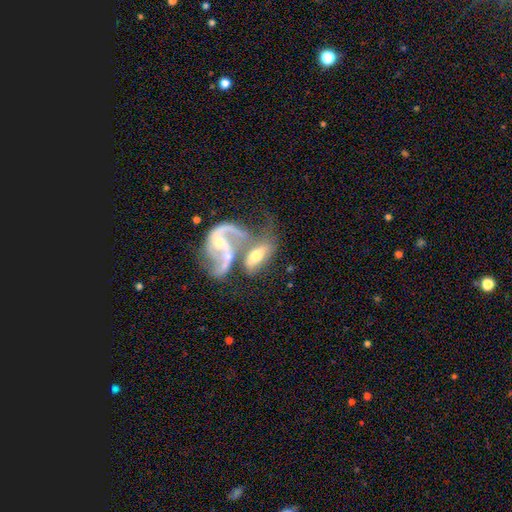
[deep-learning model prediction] A featured or disk galaxy (62%) with no bar (53%), spiral arms (71%) and a moderate central bulge (48%).

Vote fractions:
- Smooth or featured? featured or disk: 62% / smooth: 31% / star or artifact: 7%
- Edge-on disk? no: 91% / yes: 9%
- Bar? no: 53% / weak: 33% / strong: 14%
- Spiral arms? yes: 71% / no: 29%
- Bulge size? moderate: 48% / small: 36% / large: 8% / none: 7% / dominant: 2%
- Merging? merger: 60% / none: 18% / major disturbance: 13% / minor disturbance: 9%